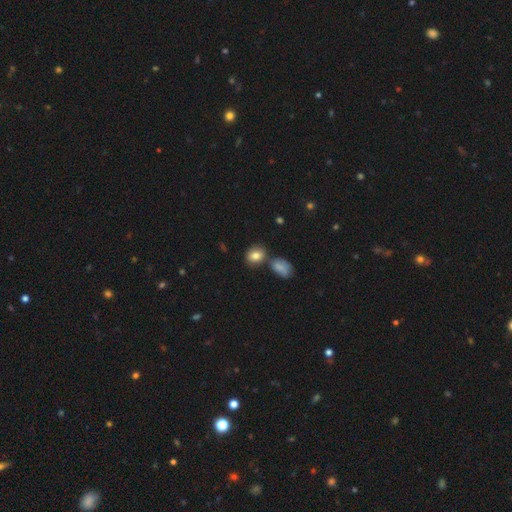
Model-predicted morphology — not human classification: smooth-or-featured: smooth: 81% | star or artifact: 10% | featured or disk: 9%
  how-rounded: round: 50% | in between: 49% | cigar-shaped: 2%
  merging: none: 65% | merger: 18% | minor disturbance: 13% | major disturbance: 4%